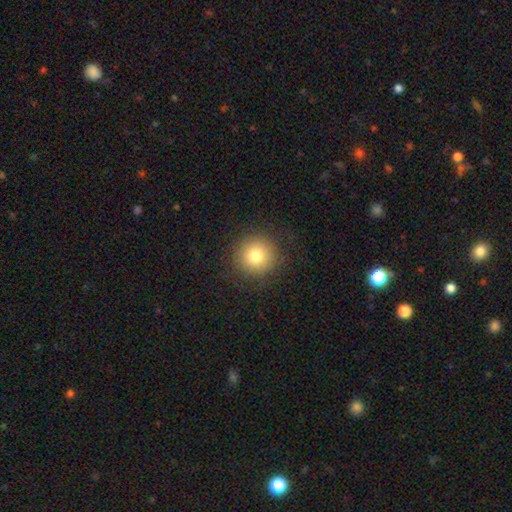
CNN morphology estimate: Overall: smooth (79%). How rounded: round (95%). Merging: none (88%).